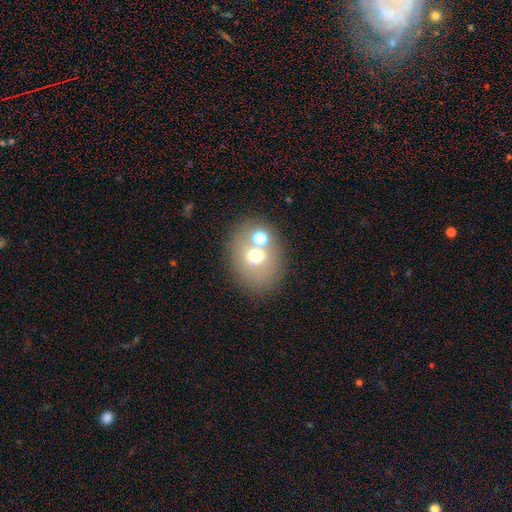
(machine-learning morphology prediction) The model was most divided on "how rounded": round: 55%, in between: 44%, cigar-shaped: 1%. More confident: merging — none (65%); smooth or featured — smooth (62%).